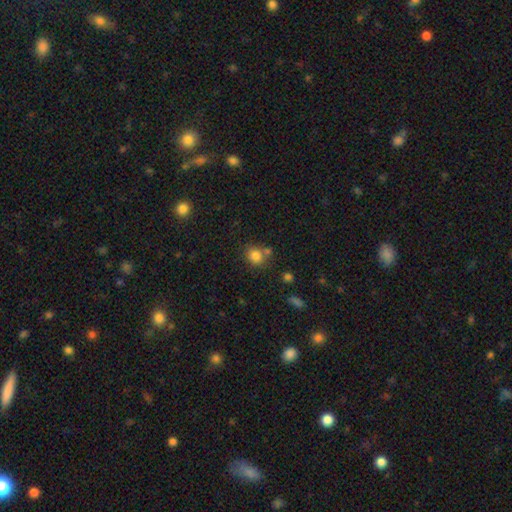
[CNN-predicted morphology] smooth_or_featured: smooth (p=0.82) [alt: star or artifact p=0.12]
how_rounded: round (p=0.78) [alt: in between p=0.21]
merging: none (p=0.64) [alt: merger p=0.20]